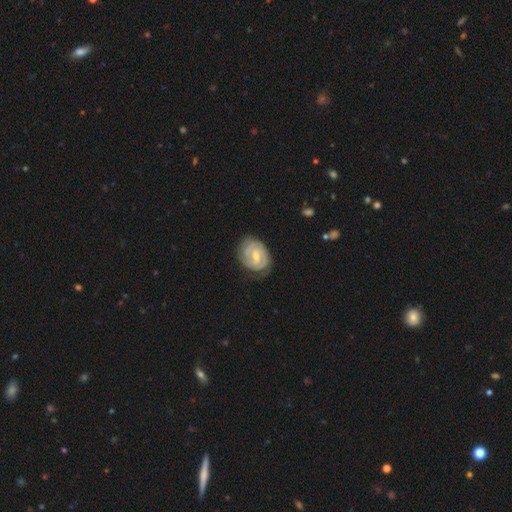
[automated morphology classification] featured or disk 80%, smooth 15%, star or artifact 5%. Down the decision tree: edge-on disk — no (98%); bar — weak (58%); spiral arms — yes (93%); spiral arm count — 2 (61%); spiral winding — tight (67%); bulge size — small (50%); merging — none (70%).